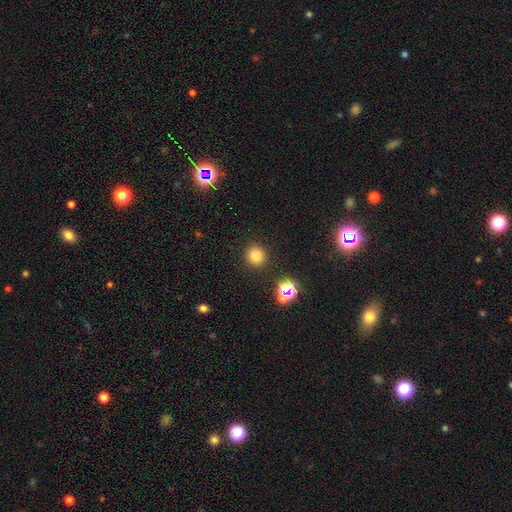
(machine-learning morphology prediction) The model was most divided on "smooth or featured": smooth: 78%, star or artifact: 16%, featured or disk: 6%. More confident: how rounded — round (92%); merging — none (90%).